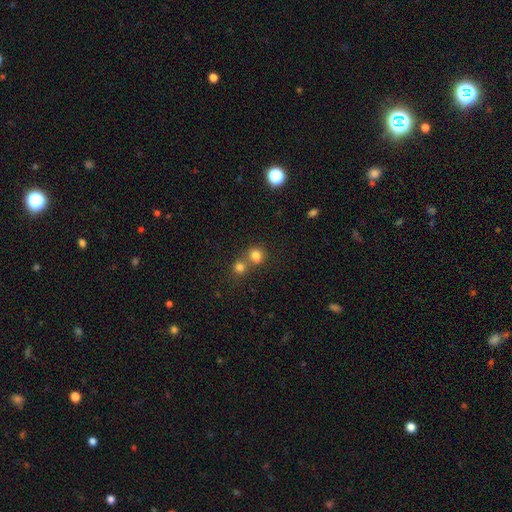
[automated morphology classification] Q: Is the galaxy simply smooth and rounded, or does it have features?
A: smooth — 78%.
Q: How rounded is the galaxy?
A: round — 80%.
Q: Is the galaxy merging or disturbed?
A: merger — 47%.